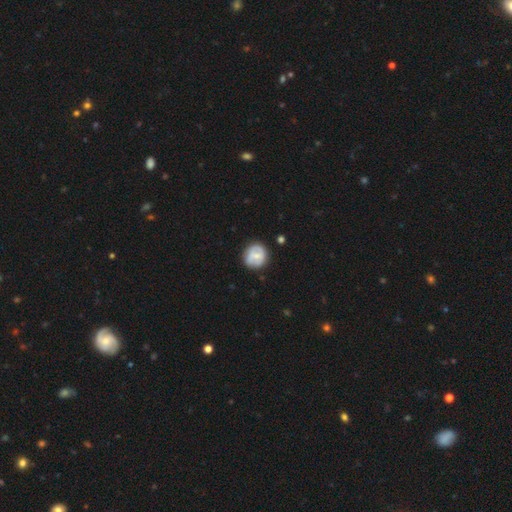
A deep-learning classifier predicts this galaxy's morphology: The model was most divided on "smooth or featured" (2-way tie): smooth: 47%, featured or disk: 47%, star or artifact: 6%. More confident: merging — none (75%).